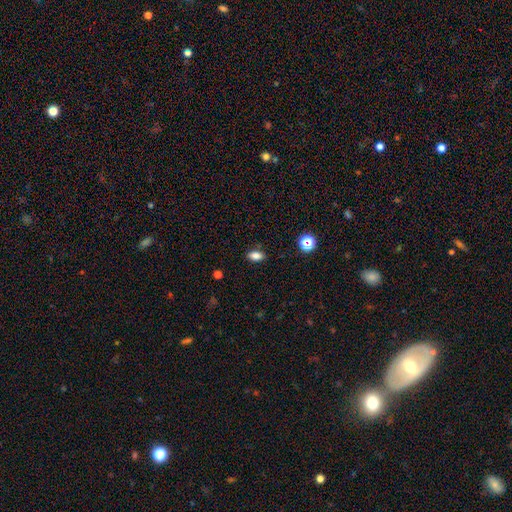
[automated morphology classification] Smooth or featured: smooth — 82% (star or artifact — 12%)
How rounded: in between — 86% (round — 8%)
Merging: none — 87% (minor disturbance — 9%)